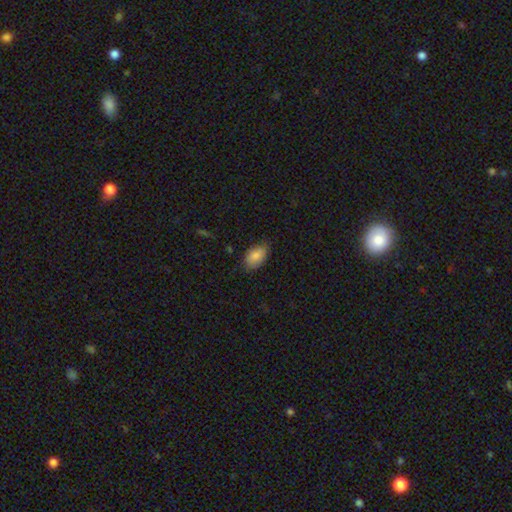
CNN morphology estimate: smooth 85%, featured or disk 9%, star or artifact 7%. Down the decision tree: how rounded — in between (93%); merging — none (75%).